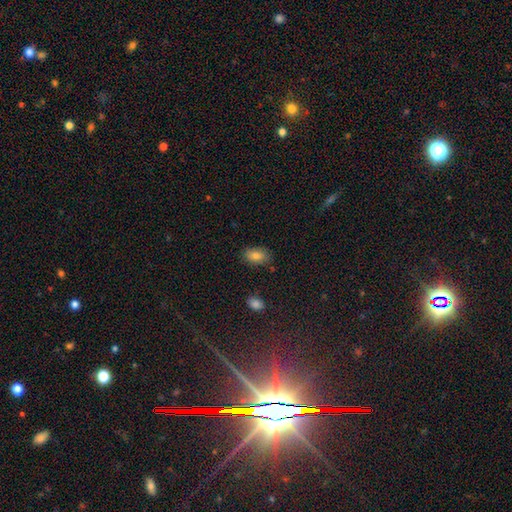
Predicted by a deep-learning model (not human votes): The model was most divided on "merging": none: 82%, minor disturbance: 13%, major disturbance: 3%, merger: 2%. More confident: how rounded — in between (87%); smooth or featured — smooth (82%).